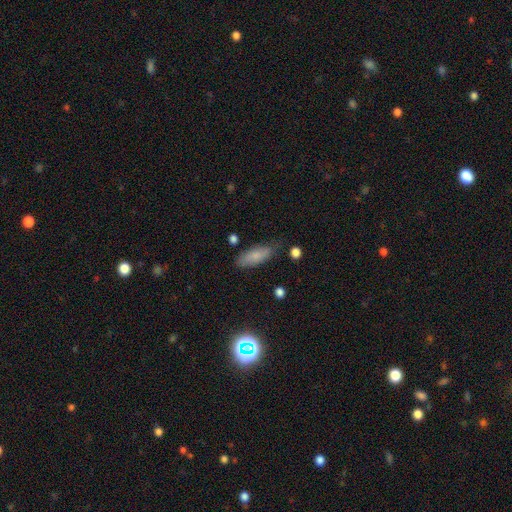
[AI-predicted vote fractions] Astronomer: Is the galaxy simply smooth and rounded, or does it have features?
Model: smooth — 78%.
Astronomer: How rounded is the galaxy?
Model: in between — 73%.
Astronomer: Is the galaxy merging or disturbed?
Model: none — 73%.